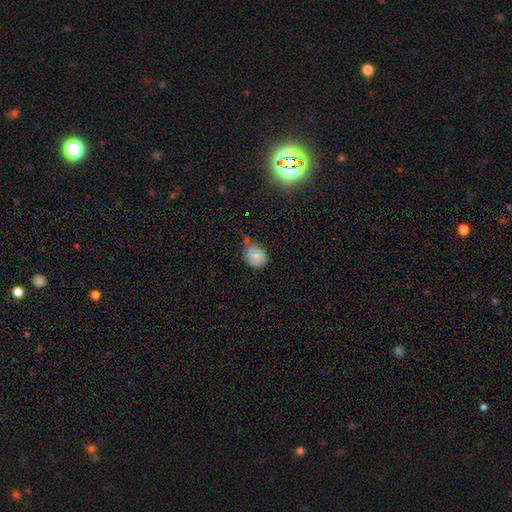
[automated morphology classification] Overall: smooth (64%). How rounded: round (60%; in between 38%). Merging: none (53%; minor disturbance 32%).